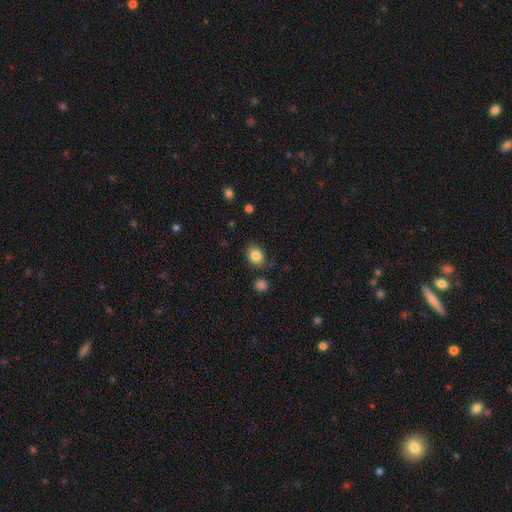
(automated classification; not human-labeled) Smooth or featured?
  - smooth: 85% *
  - star or artifact: 9%
  - featured or disk: 6%
How rounded?
  - in between: 50% *
  - round: 49%
  - cigar-shaped: 1%
Merging?
  - none: 81% *
  - minor disturbance: 13%
  - major disturbance: 3%
  - merger: 3%